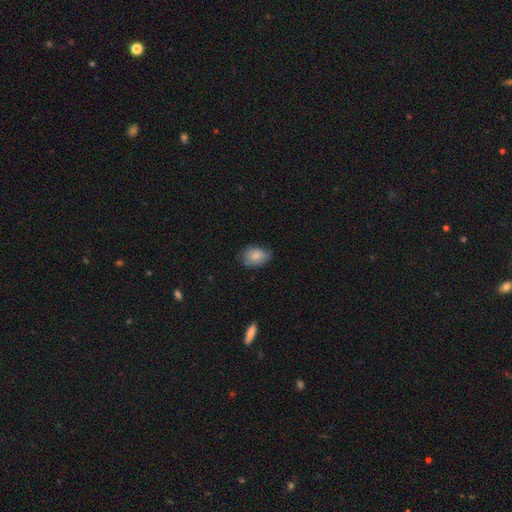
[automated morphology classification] Smooth or featured? Predicted: smooth (p=0.84). How rounded? Predicted: in between (p=0.80). Merging? Predicted: none (p=0.64).